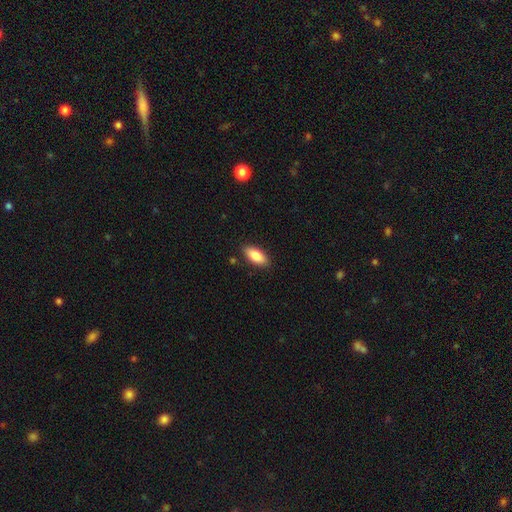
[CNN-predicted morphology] A smooth galaxy with no disk features (84%) that is in between round and cigar-shaped (87%). Merging: none (87%).